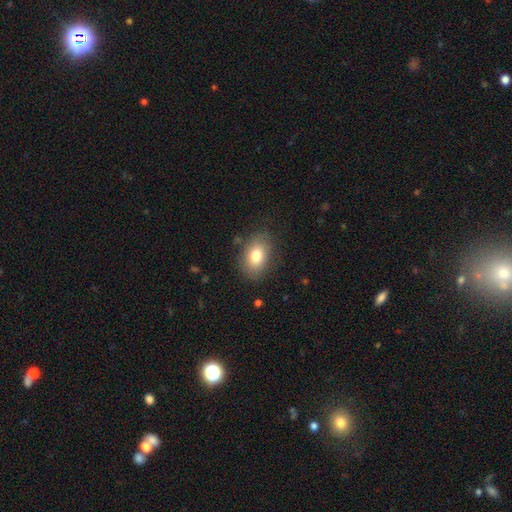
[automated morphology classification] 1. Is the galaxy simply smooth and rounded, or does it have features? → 79% smooth, 12% featured or disk, 9% star or artifact.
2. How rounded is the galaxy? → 80% in between, 18% round, 1% cigar-shaped.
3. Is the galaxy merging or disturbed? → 82% none, 13% minor disturbance, 4% major disturbance, 1% merger.